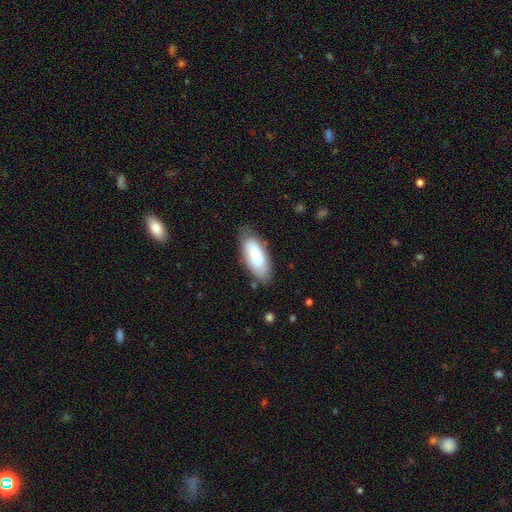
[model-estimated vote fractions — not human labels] A smooth galaxy with no disk features (72%) that is in between round and cigar-shaped (84%). Merging: none (74%).